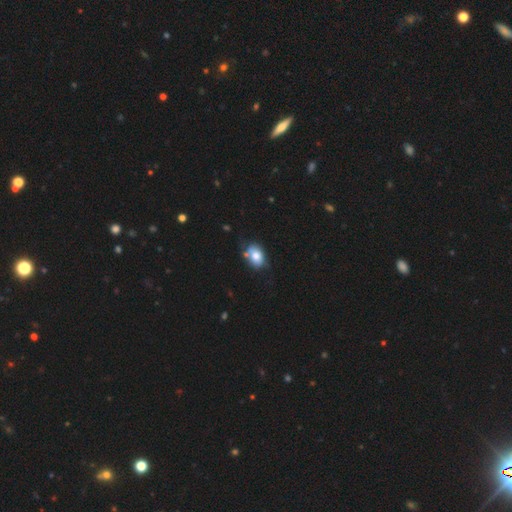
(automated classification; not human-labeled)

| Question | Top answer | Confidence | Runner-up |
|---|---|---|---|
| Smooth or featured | smooth | 76% | featured or disk (16%) |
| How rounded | in between | 77% | round (22%) |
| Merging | none | 55% | minor disturbance (26%) |